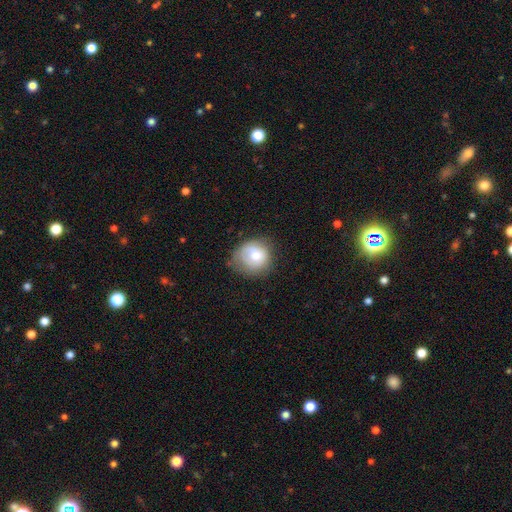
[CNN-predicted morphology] This appears to be a smooth galaxy with no disk features (70%) that is round (80%). Merging: none (58%).